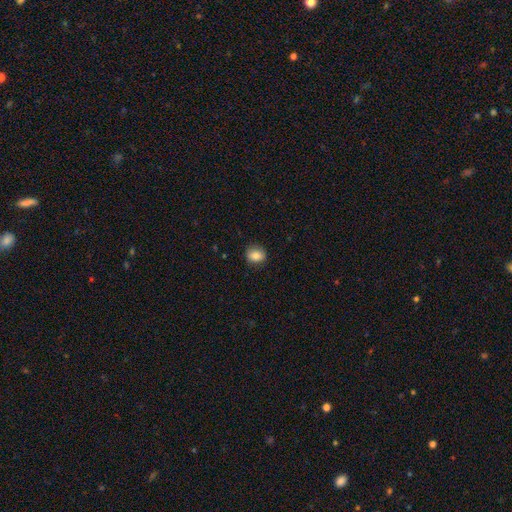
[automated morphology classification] A smooth galaxy with no disk features (82%) that is round (58%). Merging: none (85%).